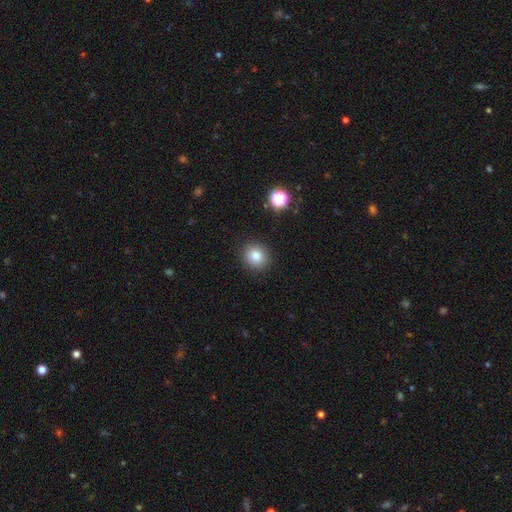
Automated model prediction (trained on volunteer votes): smooth-or-featured: smooth: 82% | star or artifact: 12% | featured or disk: 7%
  how-rounded: round: 86% | in between: 13% | cigar-shaped: 1%
  merging: none: 90% | minor disturbance: 6% | major disturbance: 2% | merger: 1%